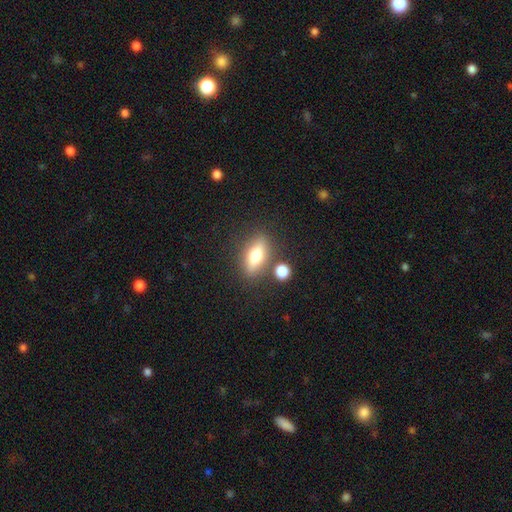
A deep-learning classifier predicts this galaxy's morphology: smooth_or_featured: smooth (p=0.63) [alt: featured or disk p=0.28]
how_rounded: in between (p=0.66) [alt: cigar-shaped p=0.28]
merging: none (p=0.77) [alt: minor disturbance p=0.11]